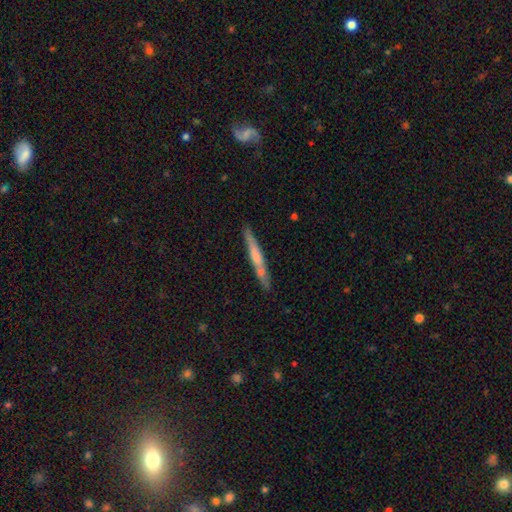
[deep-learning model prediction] The model was most divided on "edge-on bulge": rounded: 61%, none: 31%, boxy: 9%. More confident: edge-on disk — yes (95%); merging — none (86%); smooth or featured — featured or disk (65%).